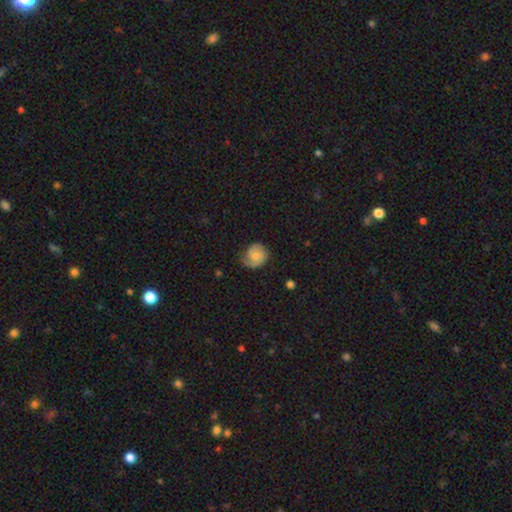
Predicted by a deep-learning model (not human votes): This is possibly a featured or disk galaxy (58%). It is clearly not viewed edge-on (98%). Bar: likely no (68%). Spiral arm pattern: clearly yes (92%). Spiral arm count: likely 2 (65%). Spiral winding: possibly tight (49%). Central bulge: possibly small (48%). Merging: likely none (68%).